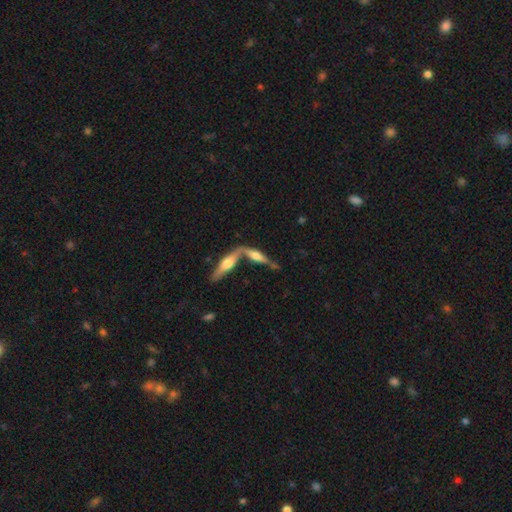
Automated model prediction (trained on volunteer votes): smooth-or-featured: featured or disk: 65% | smooth: 28% | star or artifact: 7%
  disk-edge-on: yes: 88% | no: 12%
    edge-on-bulge: rounded: 89% | boxy: 7% | none: 4%
  merging: merger: 48% | none: 37% | minor disturbance: 9% | major disturbance: 5%